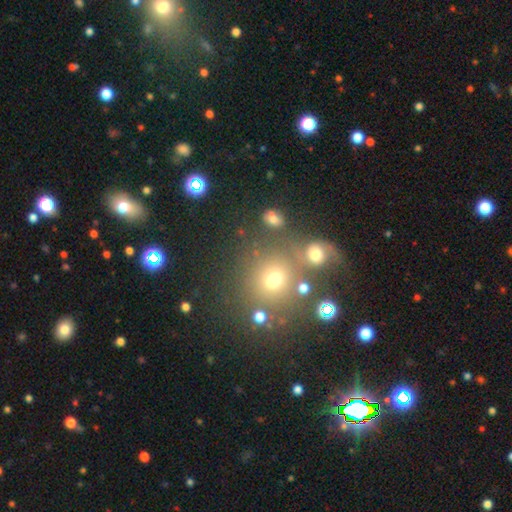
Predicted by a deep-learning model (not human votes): Smooth or featured? smooth (55%)
How rounded? round (86%)
Merging? none (67%)